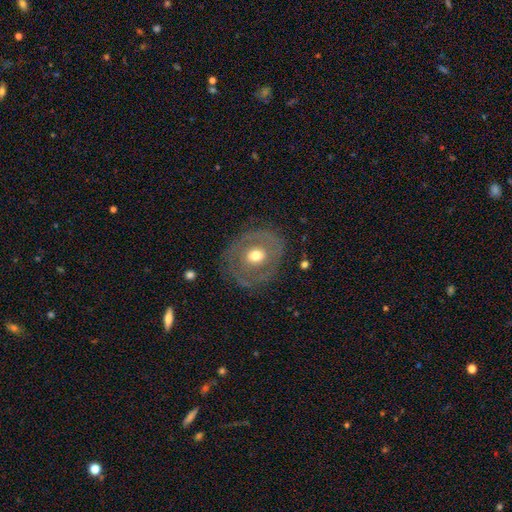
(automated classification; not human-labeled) This appears to be a featured or disk galaxy (56%) with no bar (80%), no spiral arms (68%) and a moderate central bulge (72%). Merging: none (77%).